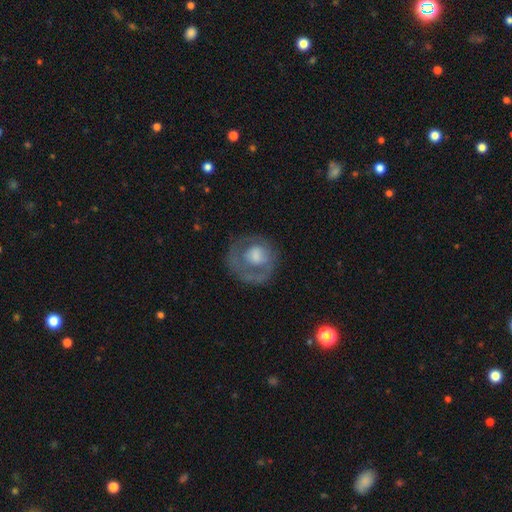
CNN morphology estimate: Overall: featured or disk (53%; smooth 39%). Edge-on disk: no (97%). Bar: no (82%). Spiral arms: no (59%; yes 41%). Bulge size: moderate (37%; large 31%). Merging: none (60%; major disturbance 21%).